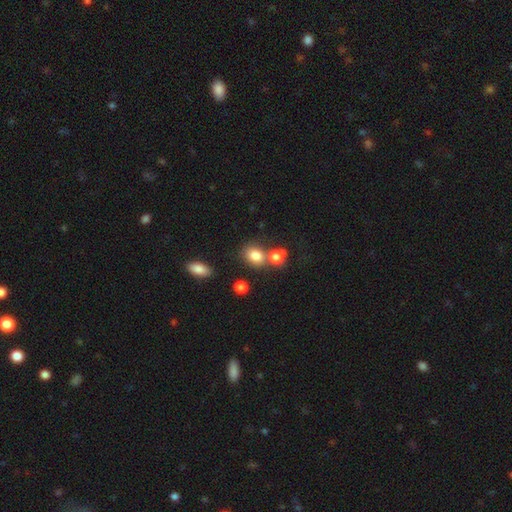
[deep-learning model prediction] This is clearly a smooth galaxy (81%). How rounded: possibly in between (53%). Merging: possibly none (53%).